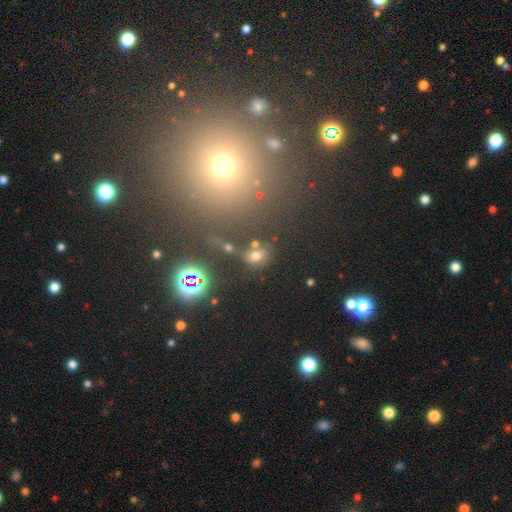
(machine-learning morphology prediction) This appears to be a smooth galaxy with no disk features (61%) that is in between round and cigar-shaped (54%). Merging: none (60%).